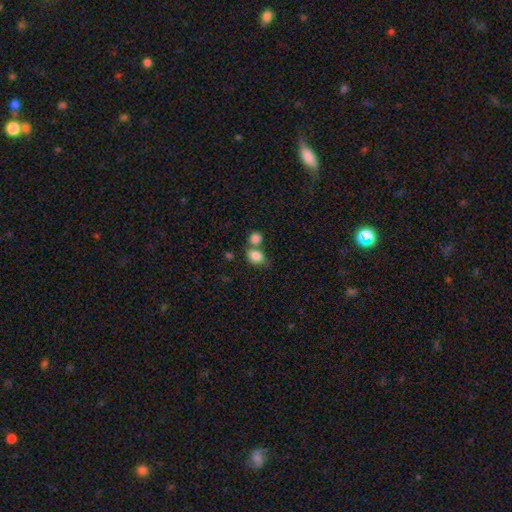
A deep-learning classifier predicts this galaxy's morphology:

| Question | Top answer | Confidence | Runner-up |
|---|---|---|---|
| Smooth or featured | smooth | 84% | star or artifact (9%) |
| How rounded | in between | 53% | round (46%) |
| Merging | none | 45% | merger (37%) |